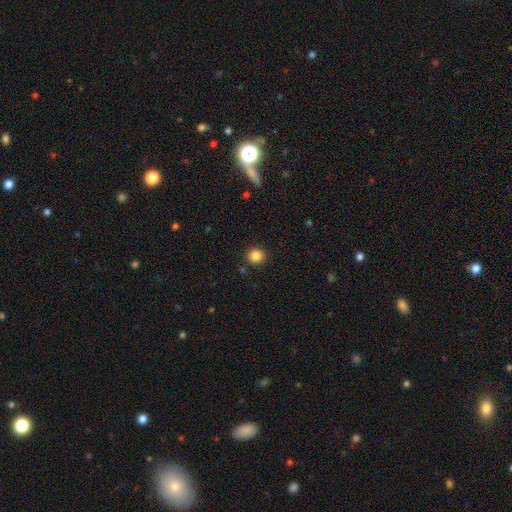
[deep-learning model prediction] This appears to be a smooth galaxy with no disk features (85%) that is round (90%). Merging: none (89%).